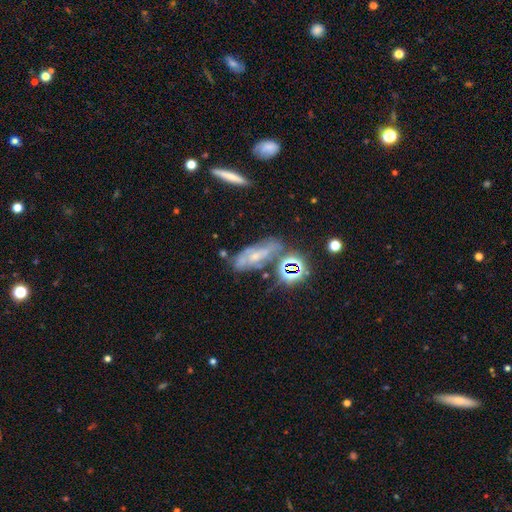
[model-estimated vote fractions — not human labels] This is possibly a featured or disk galaxy (51%). It is likely not viewed edge-on (78%). Merging: possibly none (56%).